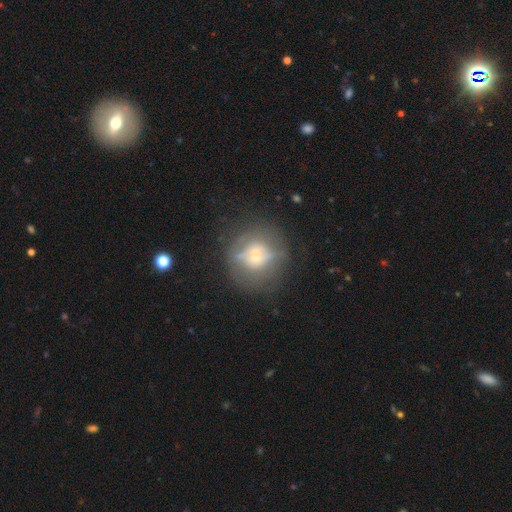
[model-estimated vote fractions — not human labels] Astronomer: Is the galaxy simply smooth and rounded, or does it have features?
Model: featured or disk — 47% (runner-up: smooth, 41%).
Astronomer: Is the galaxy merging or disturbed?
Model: none — 61%.